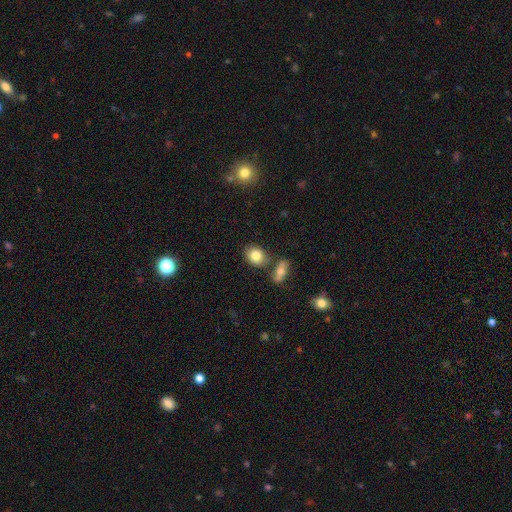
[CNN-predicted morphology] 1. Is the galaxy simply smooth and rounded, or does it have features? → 82% smooth, 10% featured or disk, 8% star or artifact.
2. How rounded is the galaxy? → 58% in between, 40% round, 2% cigar-shaped.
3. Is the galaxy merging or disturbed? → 71% none, 14% merger, 12% minor disturbance, 3% major disturbance.